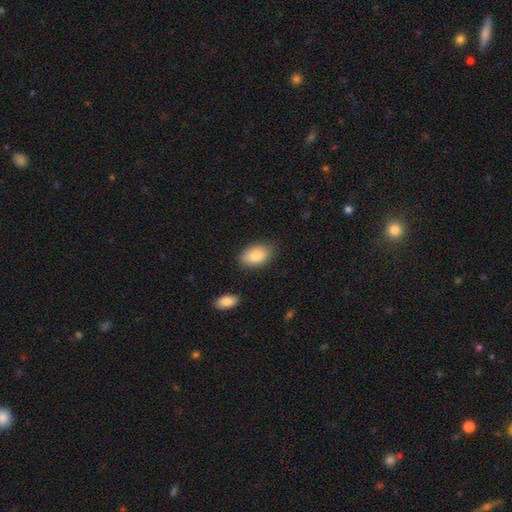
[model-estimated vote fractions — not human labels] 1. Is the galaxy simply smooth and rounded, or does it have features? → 86% smooth, 7% featured or disk, 7% star or artifact.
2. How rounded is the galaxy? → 91% in between, 8% round, 2% cigar-shaped.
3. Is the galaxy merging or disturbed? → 83% none, 12% minor disturbance, 3% major disturbance, 2% merger.